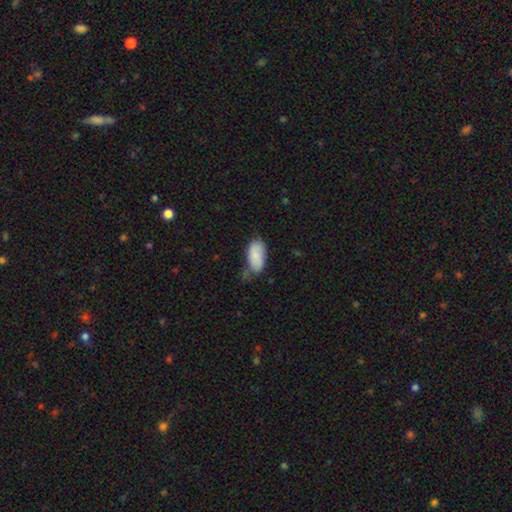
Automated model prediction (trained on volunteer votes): This appears to be a smooth galaxy with no disk features (83%) that is in between round and cigar-shaped (94%). Merging: none (50%).